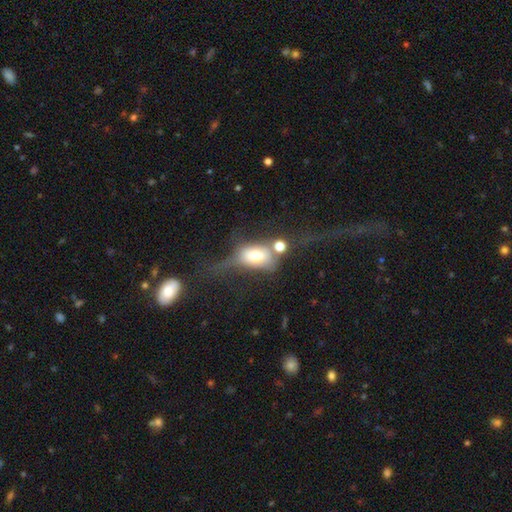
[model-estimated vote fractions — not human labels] smooth_or_featured: smooth (p=0.59) [alt: featured or disk p=0.30]
how_rounded: in between (p=0.78) [alt: round p=0.17]
merging: major disturbance (p=0.31) [alt: merger p=0.29]